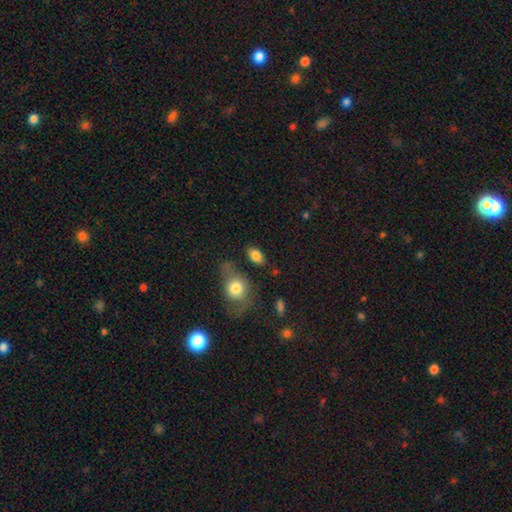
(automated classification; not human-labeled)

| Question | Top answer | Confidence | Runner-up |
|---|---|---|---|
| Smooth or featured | smooth | 83% | featured or disk (8%) |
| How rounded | in between | 88% | round (10%) |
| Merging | none | 74% | minor disturbance (14%) |